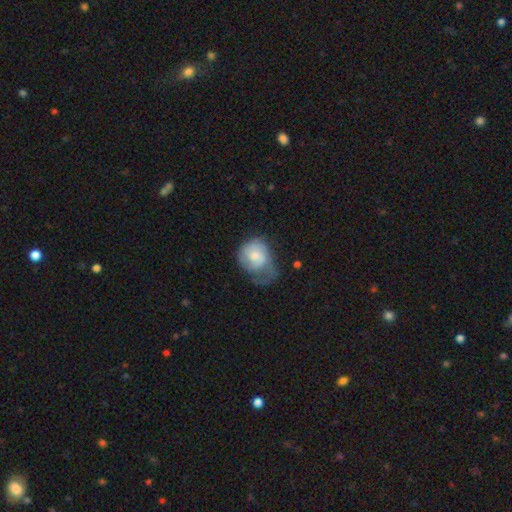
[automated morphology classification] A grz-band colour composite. It shows a smooth galaxy with no disk features (49%). Merging: major disturbance (42%).